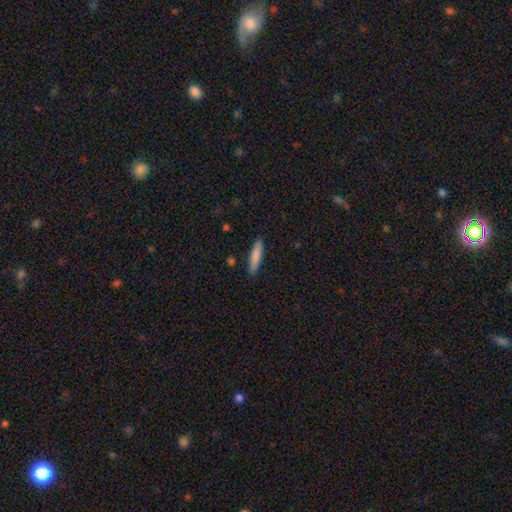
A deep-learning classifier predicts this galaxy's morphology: A smooth galaxy with no disk features (82%) that is cigar-shaped (85%). Merging: none (89%).